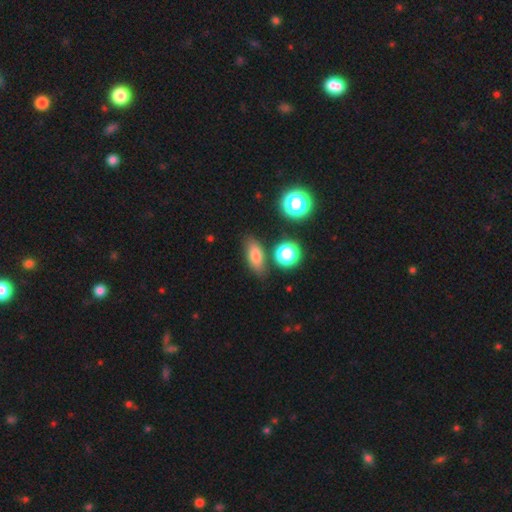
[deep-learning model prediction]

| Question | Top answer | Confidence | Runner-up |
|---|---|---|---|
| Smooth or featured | smooth | 76% | star or artifact (13%) |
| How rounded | in between | 76% | cigar-shaped (12%) |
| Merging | none | 78% | minor disturbance (12%) |